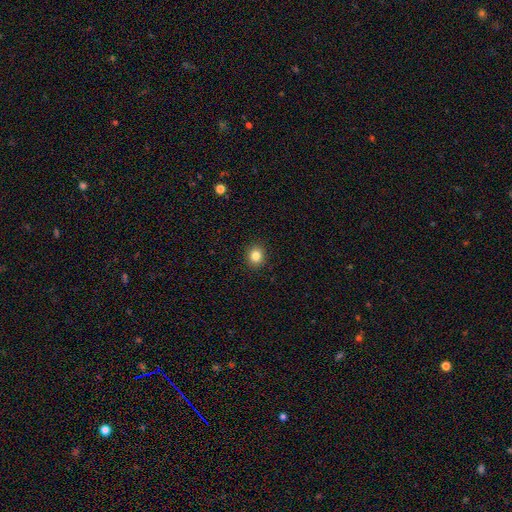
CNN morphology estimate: type=smooth (84%); roundness=round (78%); merging=none (92%).